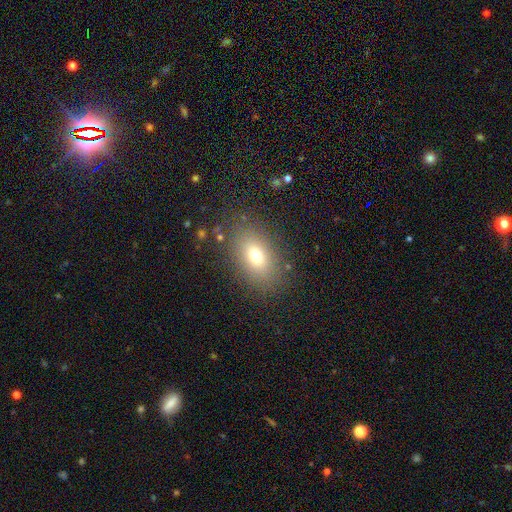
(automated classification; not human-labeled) Smooth or featured? smooth (72%)
How rounded? in between (82%)
Merging? none (84%)